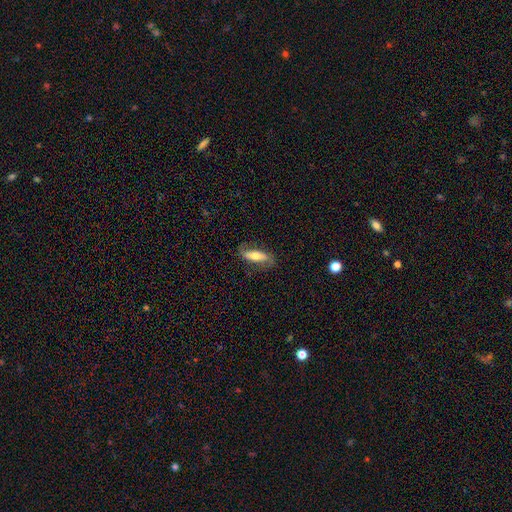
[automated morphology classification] The model was most divided on "smooth or featured": featured or disk: 51%, smooth: 43%, star or artifact: 6%. More confident: merging — none (76%); edge-on disk — no (72%).